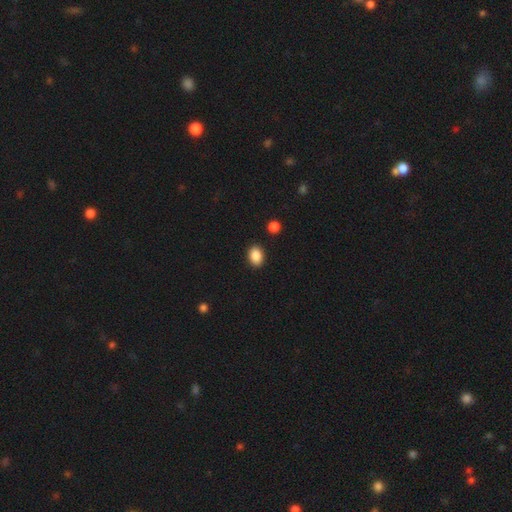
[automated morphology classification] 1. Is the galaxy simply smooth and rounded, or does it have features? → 88% smooth, 8% star or artifact, 3% featured or disk.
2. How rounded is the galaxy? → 75% in between, 24% round, 1% cigar-shaped.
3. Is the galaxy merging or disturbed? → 89% none, 7% minor disturbance, 2% major disturbance, 2% merger.